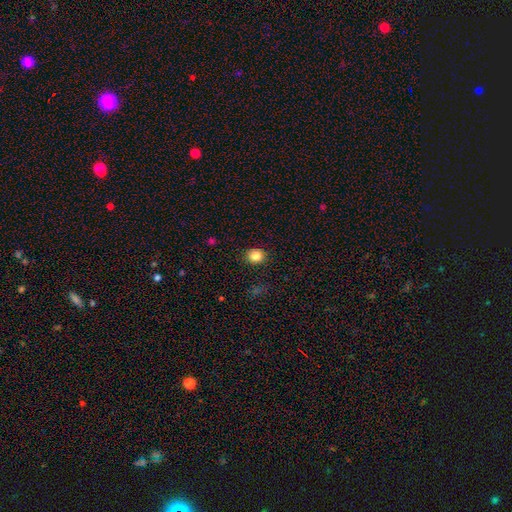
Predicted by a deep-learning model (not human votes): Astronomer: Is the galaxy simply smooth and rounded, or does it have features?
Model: smooth — 84%.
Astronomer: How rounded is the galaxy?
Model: round — 70%.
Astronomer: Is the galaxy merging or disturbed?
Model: none — 90%.